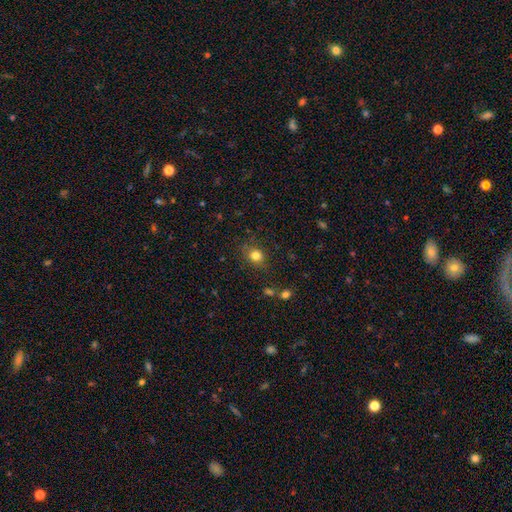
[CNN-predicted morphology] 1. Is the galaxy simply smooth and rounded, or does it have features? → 80% smooth, 14% star or artifact, 7% featured or disk.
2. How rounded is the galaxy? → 72% round, 27% in between, 1% cigar-shaped.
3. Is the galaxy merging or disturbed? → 80% none, 13% minor disturbance, 4% major disturbance, 2% merger.